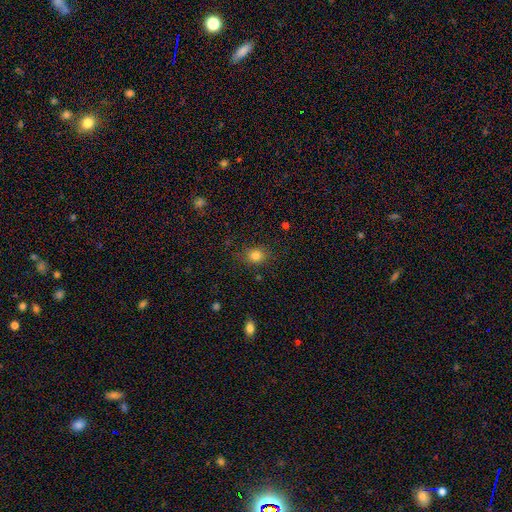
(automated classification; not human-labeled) Q: Smooth or featured?
A: smooth (82%); runner-up: star or artifact (12%)
Q: How rounded?
A: round (63%); runner-up: in between (36%)
Q: Merging?
A: none (81%); runner-up: minor disturbance (13%)